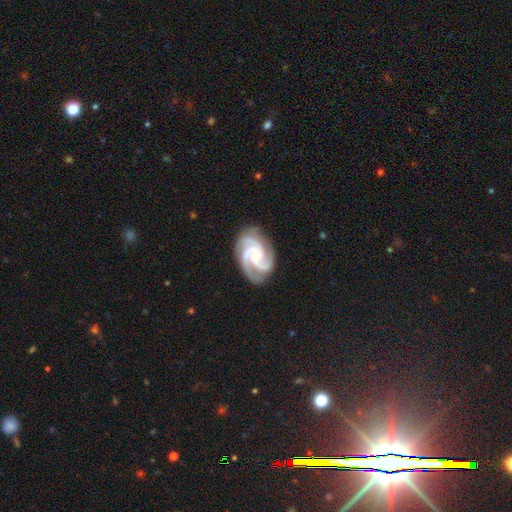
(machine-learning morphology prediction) The model was most divided on "spiral winding": medium: 48%, tight: 46%, loose: 6%. More confident: spiral arms — yes (99%); edge-on disk — no (98%); smooth or featured — featured or disk (93%); merging — none (77%); spiral arm count — 3 (67%); bulge size — small (66%); bar — no (62%).